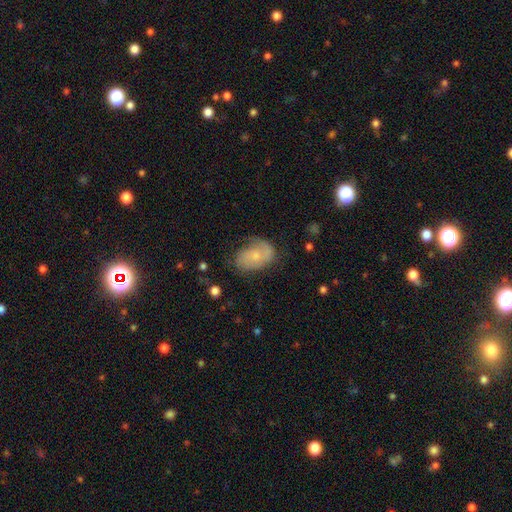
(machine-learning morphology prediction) Overall: featured or disk (50%; smooth 41%). Edge-on disk: no (96%). Merging: none (55%; minor disturbance 28%).